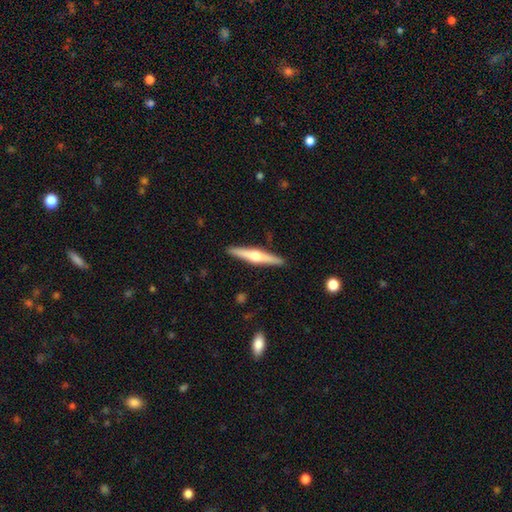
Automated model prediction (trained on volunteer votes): Morphology: type=featured or disk (67%); edge-on=yes (98%); edge-on bulge=rounded (93%); merging=none (92%).